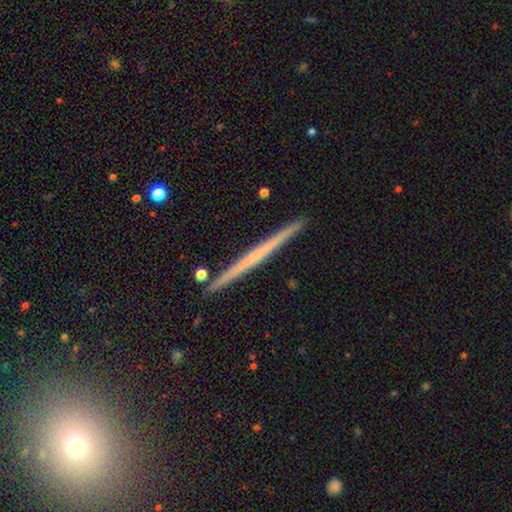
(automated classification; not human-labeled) Smooth or featured?
  - featured or disk: 58% *
  - smooth: 34%
  - star or artifact: 8%
Edge-on disk?
  - yes: 98% *
  - no: 2%
Edge-on bulge?
  - none: 87% *
  - rounded: 9%
  - boxy: 4%
Merging?
  - none: 92% *
  - minor disturbance: 6%
  - merger: 1%
  - major disturbance: 1%